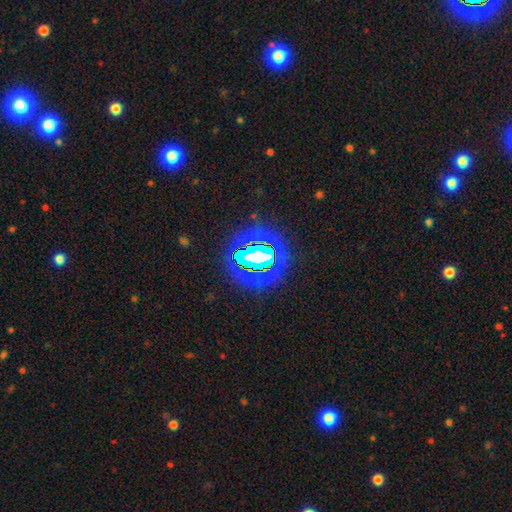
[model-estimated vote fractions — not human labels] Smooth or featured? star or artifact (79%)